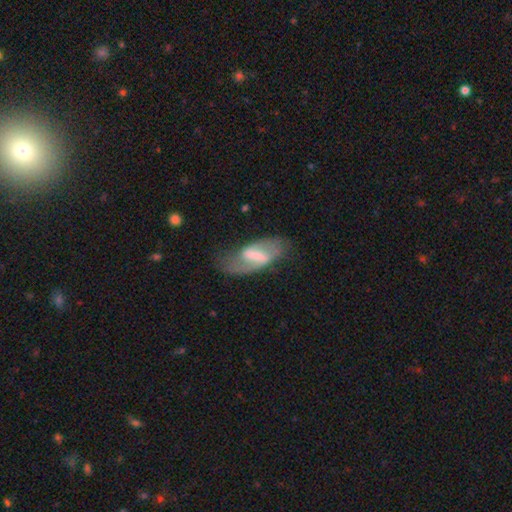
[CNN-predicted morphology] Smooth or featured: featured or disk — 72% (smooth — 22%)
Edge-on disk: no — 93% (yes — 7%)
Bar: strong — 62% (weak — 30%)
Spiral arms: yes — 79% (no — 21%)
Spiral winding: loose — 46% (medium — 39%)
Spiral arm count: 2 — 82% (can't tell — 9%)
Bulge size: none — 37% (moderate — 25%)
Merging: none — 65% (minor disturbance — 21%)